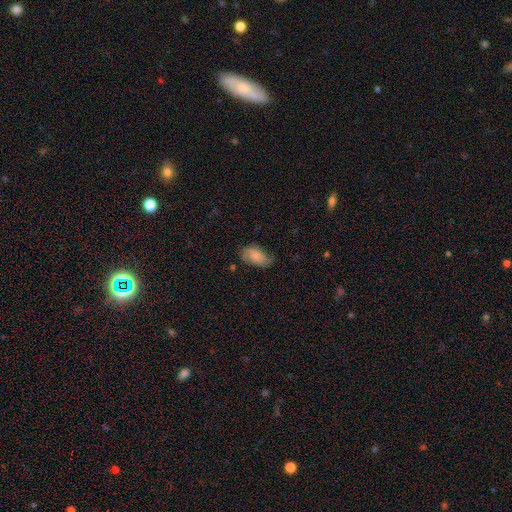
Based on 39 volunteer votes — Overall: smooth (92%). How rounded: in between (94%). Merging: none (47%; minor disturbance 37%).